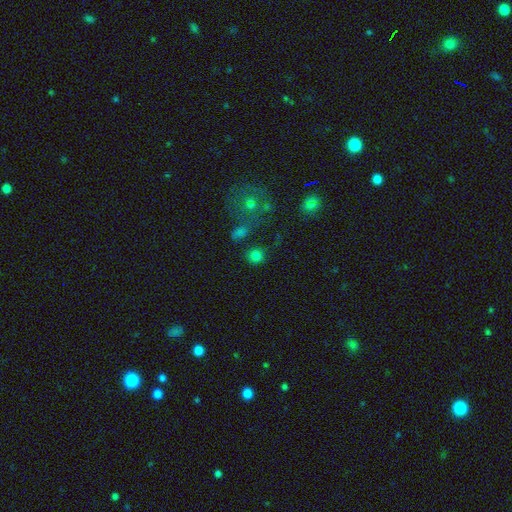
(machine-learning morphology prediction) A smooth galaxy with no disk features (79%) that is round (88%).

Vote fractions:
- Smooth or featured? smooth: 79% / star or artifact: 15% / featured or disk: 6%
- How rounded? round: 88% / in between: 11% / cigar-shaped: 1%
- Merging? none: 79% / minor disturbance: 11% / merger: 6% / major disturbance: 4%